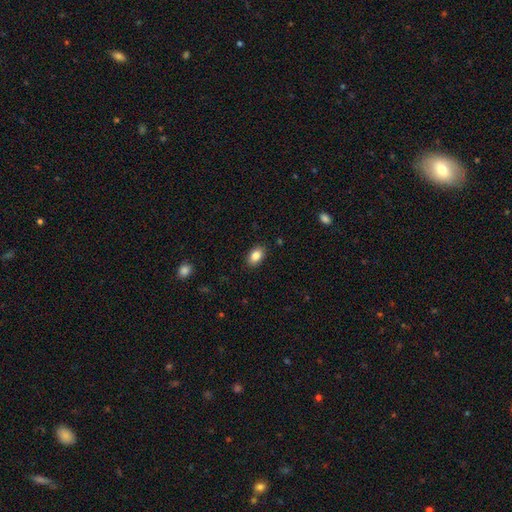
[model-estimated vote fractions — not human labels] smooth-or-featured: smooth: 85% | star or artifact: 8% | featured or disk: 6%
  how-rounded: in between: 86% | round: 13% | cigar-shaped: 1%
  merging: none: 88% | minor disturbance: 9% | major disturbance: 2% | merger: 1%